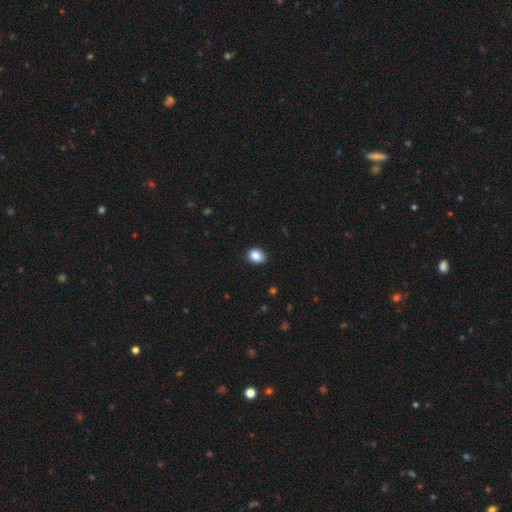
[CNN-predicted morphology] smooth-or-featured: smooth: 88% | star or artifact: 9% | featured or disk: 4%
  how-rounded: in between: 56% | round: 43% | cigar-shaped: 1%
  merging: none: 86% | minor disturbance: 11% | major disturbance: 2% | merger: 1%